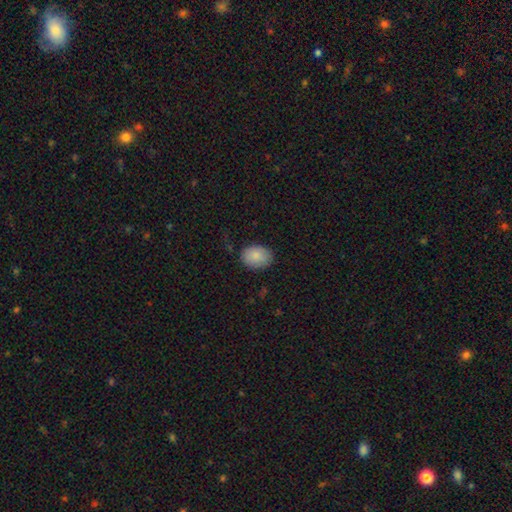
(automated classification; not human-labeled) smooth-or-featured: smooth: 86% | star or artifact: 7% | featured or disk: 7%
  how-rounded: in between: 68% | round: 31% | cigar-shaped: 1%
  merging: none: 81% | minor disturbance: 15% | major disturbance: 3% | merger: 1%